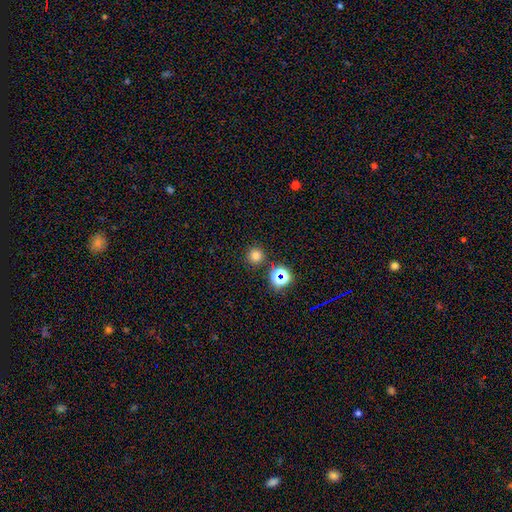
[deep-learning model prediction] Morphology: type=smooth (74%); roundness=round (95%); merging=none (89%).